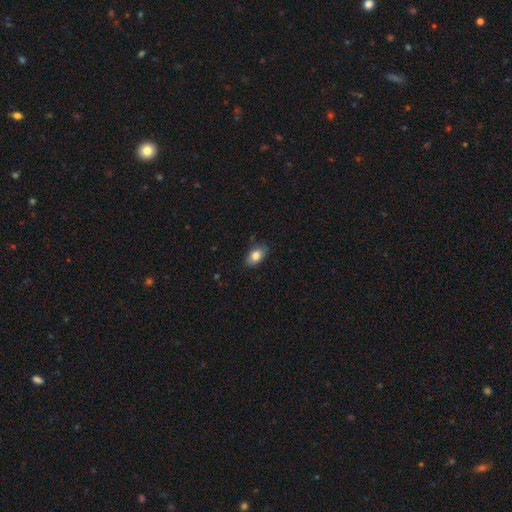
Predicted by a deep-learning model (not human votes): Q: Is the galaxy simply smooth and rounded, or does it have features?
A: smooth — 83%.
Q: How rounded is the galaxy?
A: in between — 88%.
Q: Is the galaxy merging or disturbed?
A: none — 81%.